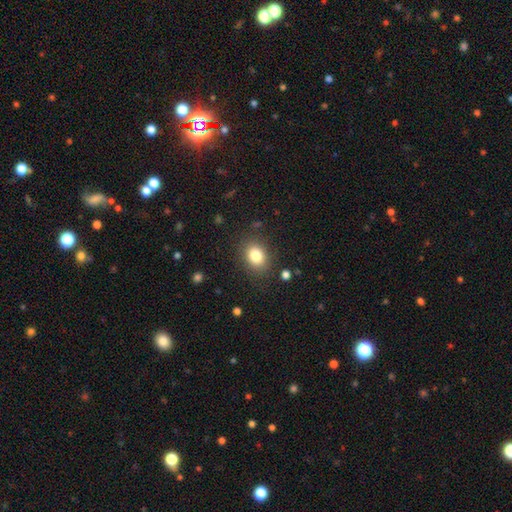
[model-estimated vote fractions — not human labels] Smooth or featured: smooth — 82% (star or artifact — 10%)
How rounded: in between — 54% (round — 45%)
Merging: none — 85% (minor disturbance — 10%)